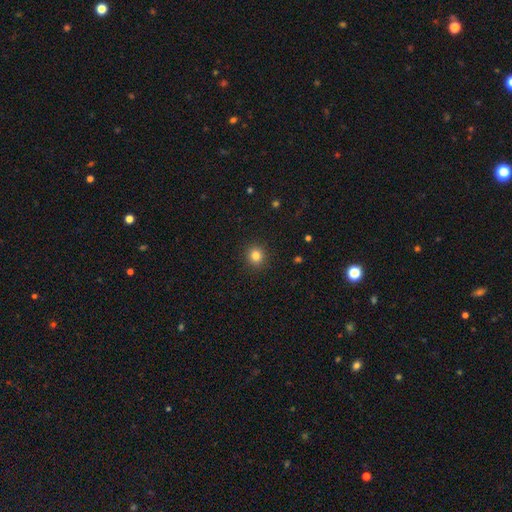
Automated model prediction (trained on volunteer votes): smooth-or-featured: smooth: 82% | star or artifact: 12% | featured or disk: 5%
  how-rounded: round: 88% | in between: 11% | cigar-shaped: 1%
  merging: none: 91% | minor disturbance: 6% | major disturbance: 2% | merger: 1%